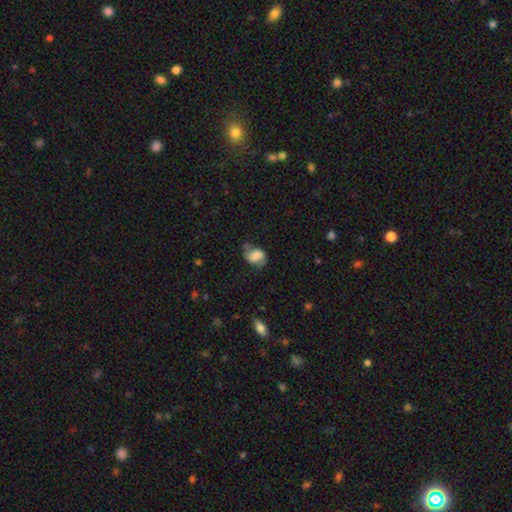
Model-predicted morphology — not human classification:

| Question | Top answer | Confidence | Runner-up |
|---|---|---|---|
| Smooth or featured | smooth | 53% | featured or disk (37%) |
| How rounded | in between | 65% | round (34%) |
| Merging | none | 49% | minor disturbance (29%) |